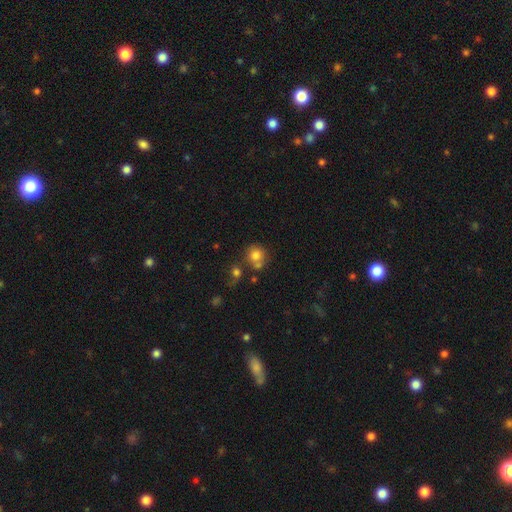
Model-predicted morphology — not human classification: Smooth or featured: smooth — 78% (star or artifact — 11%)
How rounded: round — 87% (in between — 12%)
Merging: none — 58% (merger — 23%)